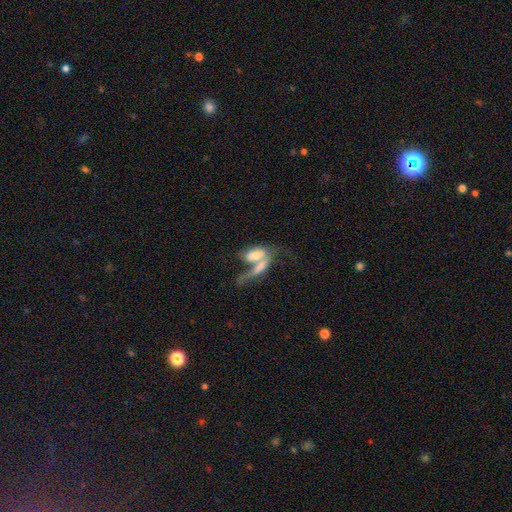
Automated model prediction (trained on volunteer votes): Overall: smooth (56%; featured or disk 36%). How rounded: in between (80%). Merging: merger (66%).